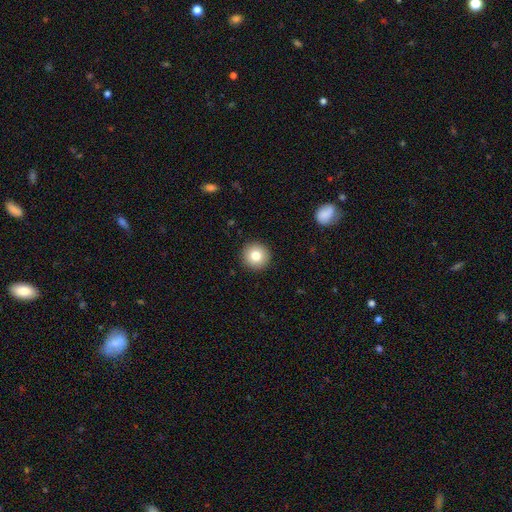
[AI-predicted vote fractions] Overall: smooth (80%). How rounded: round (95%). Merging: none (93%).